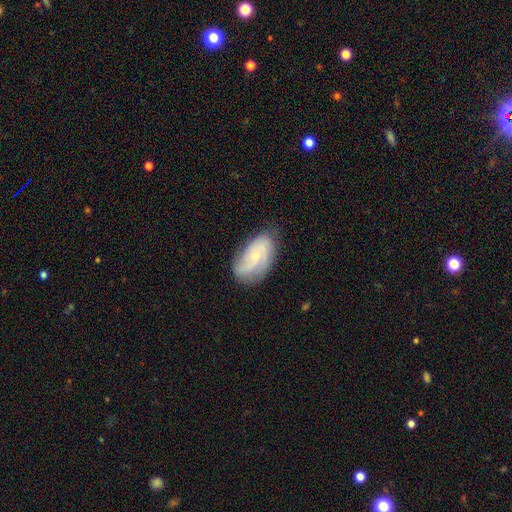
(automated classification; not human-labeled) A featured or disk galaxy (69%) with no bar (69%), 2 (37%) medium (41%, tied with tight) spiral arms (92%) and a small central bulge (72%). Merging: none (72%).